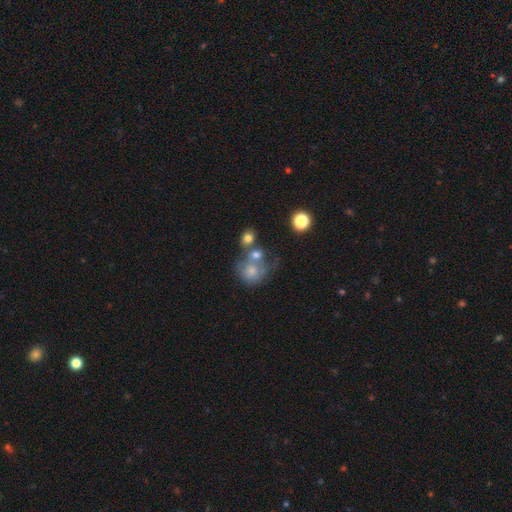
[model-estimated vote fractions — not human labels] This is likely a smooth galaxy (68%). How rounded: likely round (69%). Merging: marginally merger (44%).